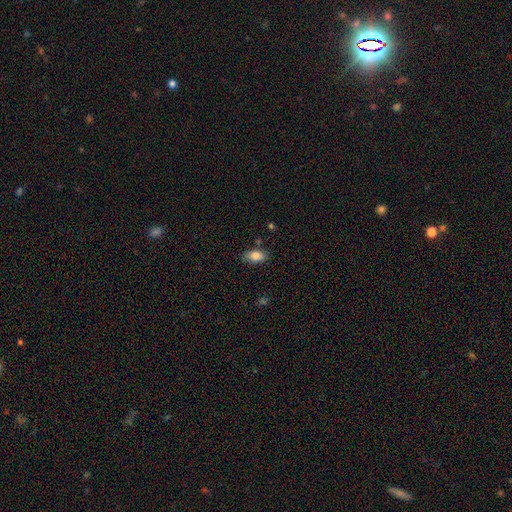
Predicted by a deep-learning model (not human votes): A smooth galaxy with no disk features (85%) that is in between round and cigar-shaped (91%). Merging: none (80%).